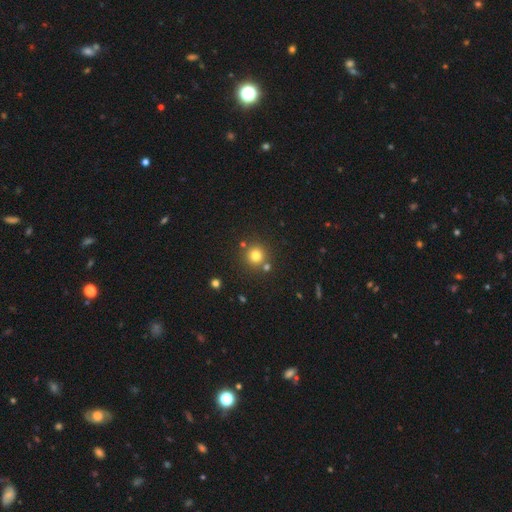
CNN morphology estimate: A smooth galaxy with no disk features (78%) that is round (94%). Merging: none (80%).